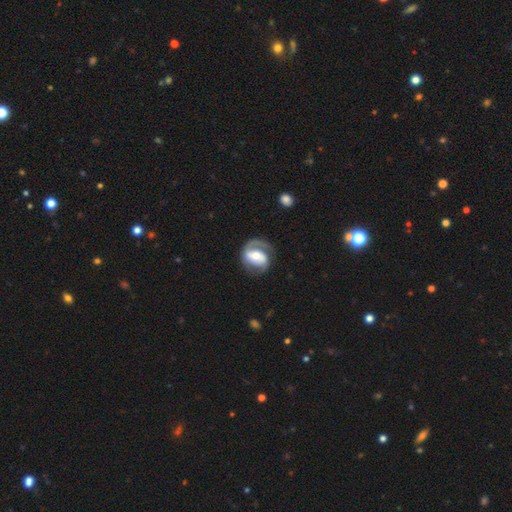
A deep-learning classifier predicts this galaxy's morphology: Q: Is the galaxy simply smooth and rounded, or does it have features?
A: featured or disk — 80%.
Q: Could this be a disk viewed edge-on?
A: no — 97%.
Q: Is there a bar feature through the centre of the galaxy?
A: strong — 38%.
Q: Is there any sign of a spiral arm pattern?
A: yes — 92%.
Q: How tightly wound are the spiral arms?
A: medium — 45%.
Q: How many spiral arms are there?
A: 2 — 66%.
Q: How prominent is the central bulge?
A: moderate — 64%.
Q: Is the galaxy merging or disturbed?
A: none — 66%.